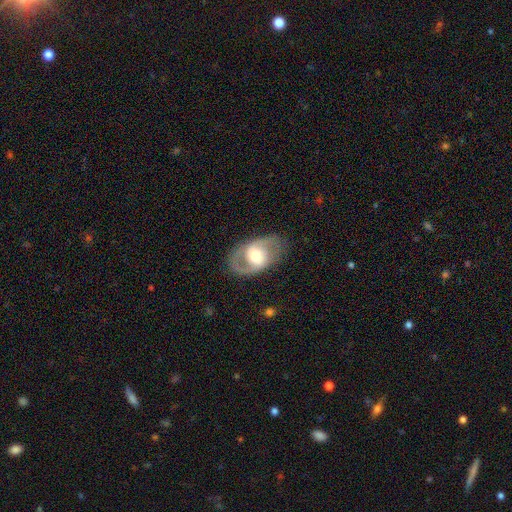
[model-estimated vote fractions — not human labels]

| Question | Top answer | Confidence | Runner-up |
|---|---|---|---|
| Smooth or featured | featured or disk | 74% | smooth (20%) |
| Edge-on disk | no | 94% | yes (6%) |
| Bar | no | 41% | weak (39%) |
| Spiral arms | yes | 76% | no (24%) |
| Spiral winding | medium | 50% | loose (29%) |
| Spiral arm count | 2 | 84% | can't tell (8%) |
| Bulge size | moderate | 65% | large (16%) |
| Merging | none | 79% | minor disturbance (13%) |